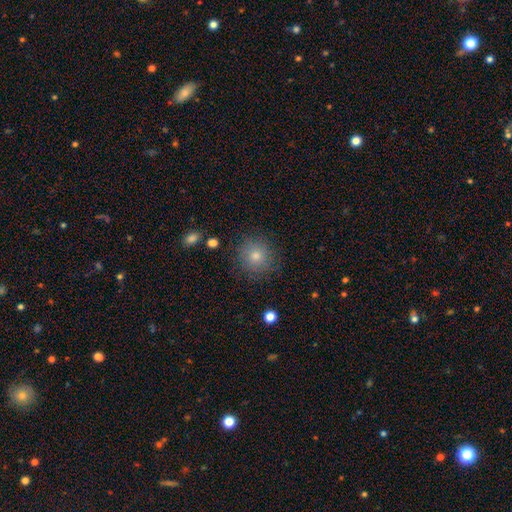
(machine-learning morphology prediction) smooth_or_featured: smooth (p=0.73) [alt: star or artifact p=0.15]
how_rounded: round (p=0.92) [alt: in between p=0.07]
merging: none (p=0.87) [alt: minor disturbance p=0.09]